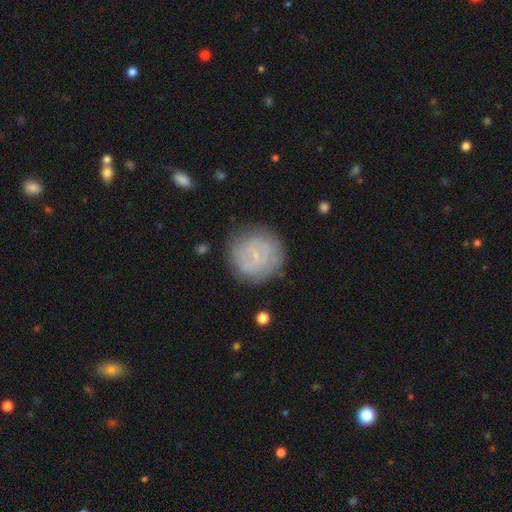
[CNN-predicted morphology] The model was most divided on "smooth or featured": featured or disk: 59%, smooth: 33%, star or artifact: 7%. More confident: edge-on disk — no (98%); bulge size — small (83%); spiral arms — yes (77%); merging — none (77%); bar — no (68%).